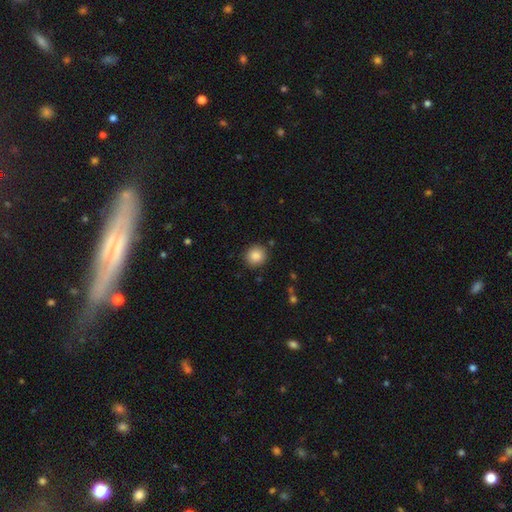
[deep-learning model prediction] A smooth galaxy with no disk features (86%) that is round (90%). Merging: none (89%).